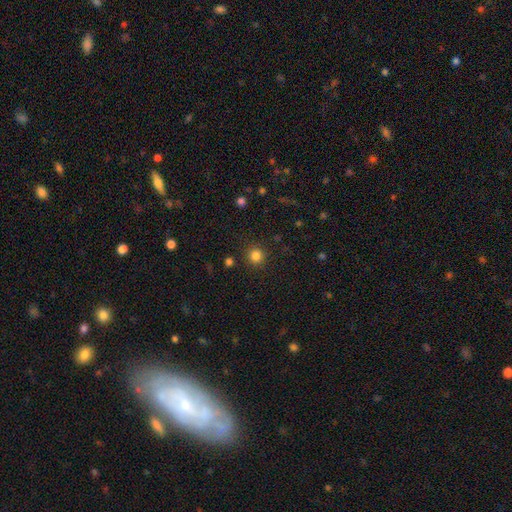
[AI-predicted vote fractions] Smooth or featured? smooth (83%)
How rounded? round (94%)
Merging? none (90%)